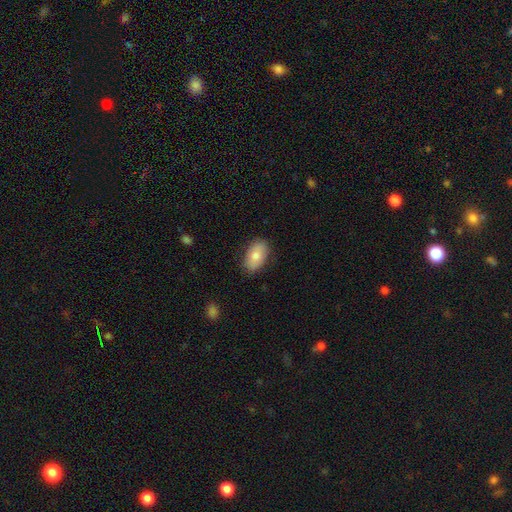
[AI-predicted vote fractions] smooth 78%, featured or disk 16%, star or artifact 6%. Down the decision tree: how rounded — in between (93%); merging — none (84%).